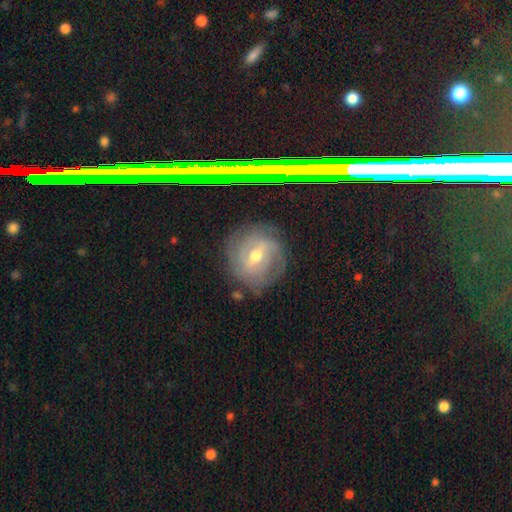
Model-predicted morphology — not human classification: The model was most divided on "spiral arm count": can't tell: 40%, 2: 33%, 3: 12%, 4: 6%, 1: 5%, more than 4: 4%. Remaining: edge-on disk — no (94%); spiral arms — yes (82%); merging — none (78%); smooth or featured — featured or disk (70%); bulge size — moderate (65%); spiral winding — tight (64%); bar — weak (49%).